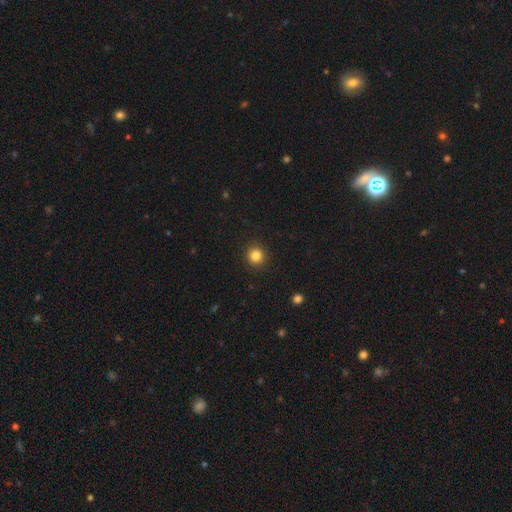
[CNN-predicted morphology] The model was most divided on "smooth or featured": smooth: 83%, star or artifact: 12%, featured or disk: 5%. More confident: how rounded — round (94%); merging — none (93%).